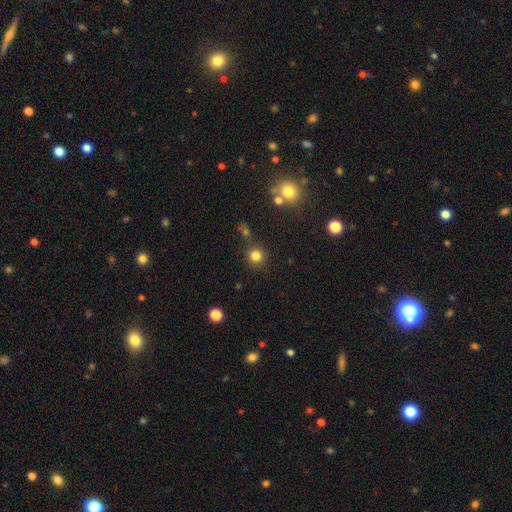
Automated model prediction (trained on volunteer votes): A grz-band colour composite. It shows a smooth galaxy with no disk features (80%) that is round (92%). Merging: none (81%).